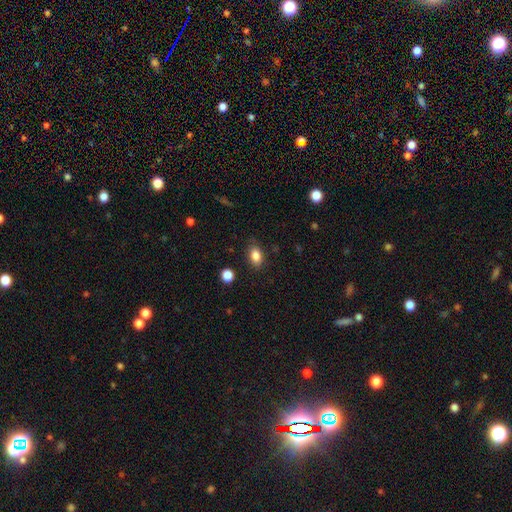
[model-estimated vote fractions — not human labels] This appears to be a smooth galaxy with no disk features (85%) that is in between round and cigar-shaped (82%). Merging: none (84%).